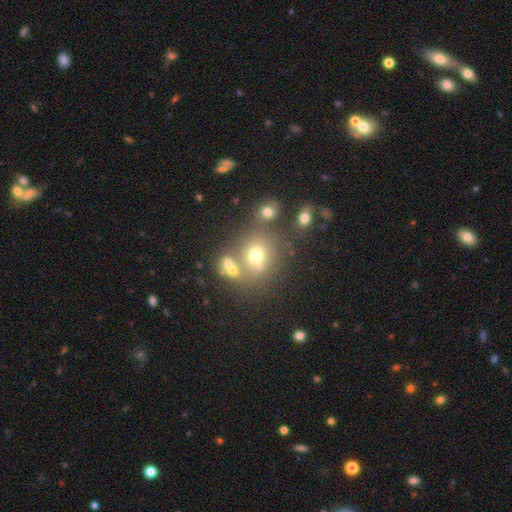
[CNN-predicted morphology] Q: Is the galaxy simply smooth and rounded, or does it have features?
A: smooth — 64%.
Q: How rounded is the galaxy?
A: round — 71%.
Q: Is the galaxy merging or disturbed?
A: none — 53%.